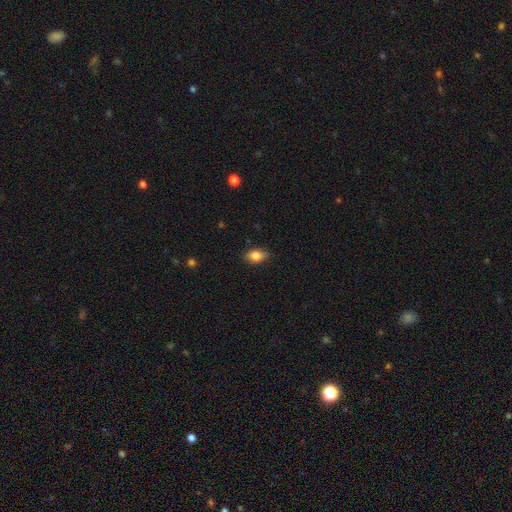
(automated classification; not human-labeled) Smooth or featured: smooth — 84% (star or artifact — 8%)
How rounded: in between — 86% (round — 11%)
Merging: none — 86% (minor disturbance — 11%)